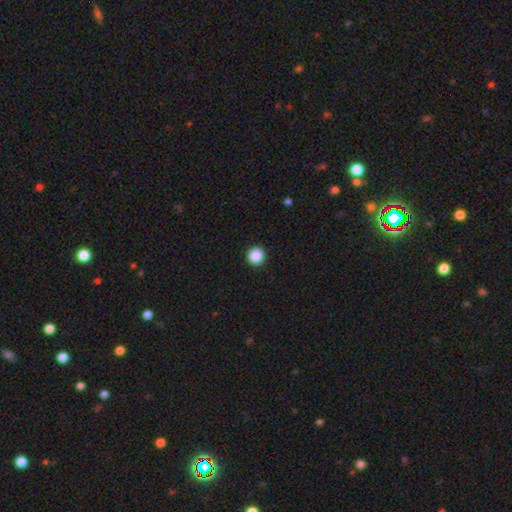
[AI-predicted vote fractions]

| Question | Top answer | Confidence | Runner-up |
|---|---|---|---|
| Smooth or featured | smooth | 88% | star or artifact (10%) |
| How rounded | round | 96% | in between (3%) |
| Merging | none | 93% | minor disturbance (4%) |